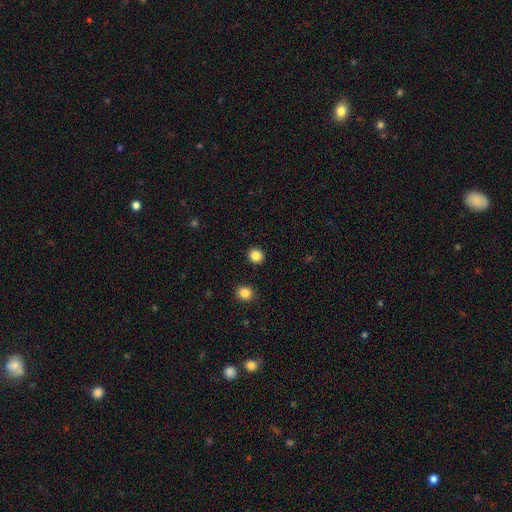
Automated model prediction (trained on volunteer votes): Smooth or featured? Predicted: smooth (p=0.85). How rounded? Predicted: round (p=0.89). Merging? Predicted: none (p=0.92).